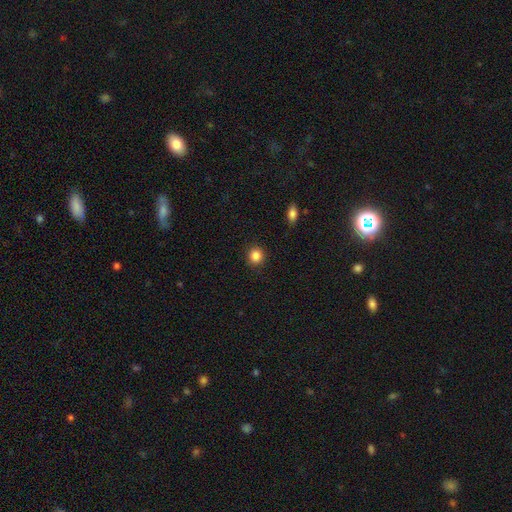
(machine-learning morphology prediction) smooth_or_featured: smooth (p=0.85) [alt: star or artifact p=0.10]
how_rounded: round (p=0.90) [alt: in between p=0.09]
merging: none (p=0.91) [alt: minor disturbance p=0.06]